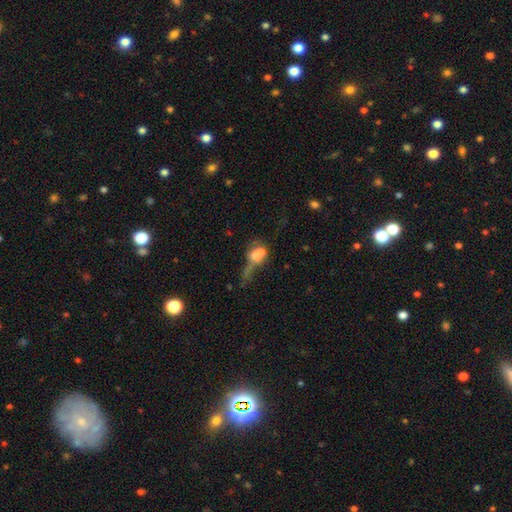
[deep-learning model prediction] The model was most divided on "how rounded": in between: 51%, round: 42%, cigar-shaped: 7%. More confident: merging — merger (54%); smooth or featured — smooth (53%).